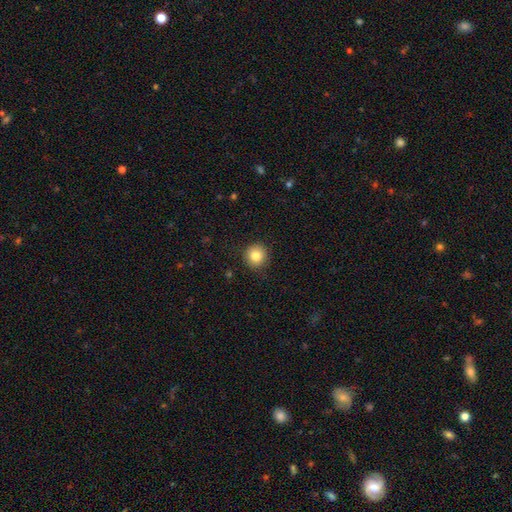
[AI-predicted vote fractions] The model was most divided on "smooth or featured": smooth: 83%, star or artifact: 10%, featured or disk: 7%. More confident: how rounded — round (93%); merging — none (90%).